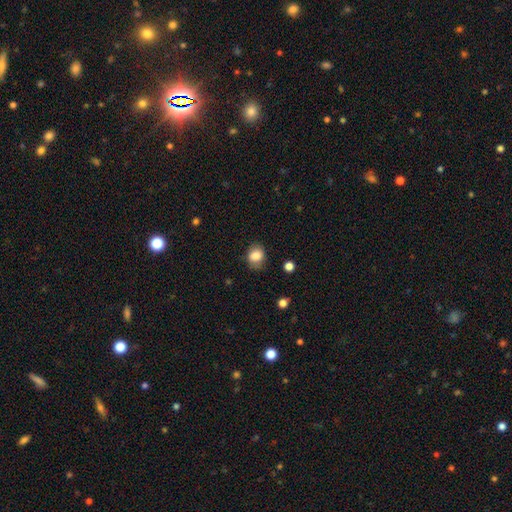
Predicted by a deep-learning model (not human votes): A smooth galaxy with no disk features (84%) that is round (55%). Merging: none (72%).